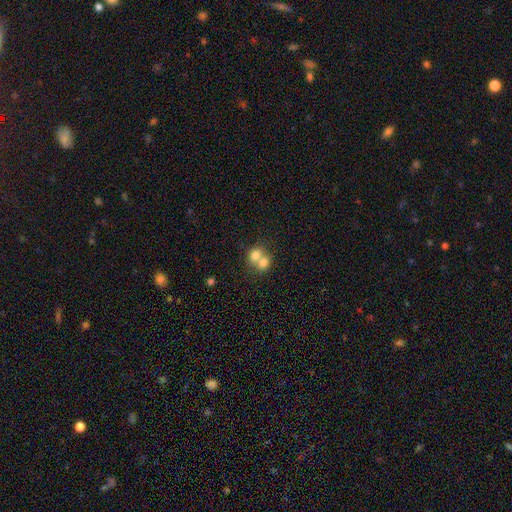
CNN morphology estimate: smooth_or_featured: smooth (p=0.73) [alt: featured or disk p=0.17]
how_rounded: round (p=0.67) [alt: in between p=0.32]
merging: merger (p=0.70) [alt: none p=0.23]